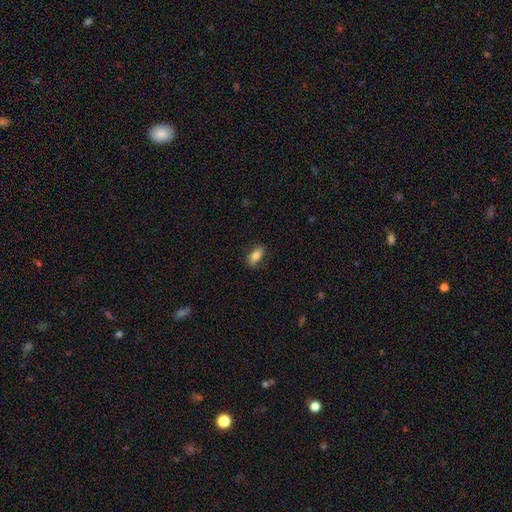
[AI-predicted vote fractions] A smooth galaxy with no disk features (78%) that is in between round and cigar-shaped (87%). Merging: none (83%).